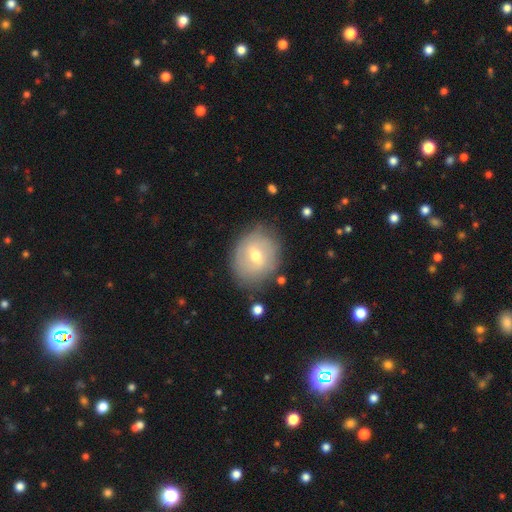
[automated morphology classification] Smooth or featured?
  - featured or disk: 50% *
  - smooth: 42%
  - star or artifact: 8%
Merging?
  - none: 76% *
  - minor disturbance: 17%
  - major disturbance: 5%
  - merger: 2%